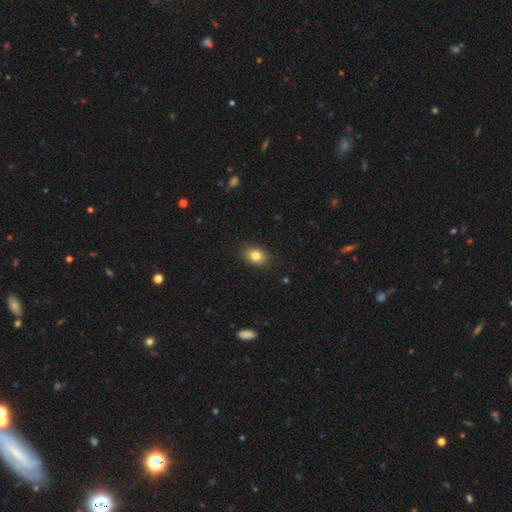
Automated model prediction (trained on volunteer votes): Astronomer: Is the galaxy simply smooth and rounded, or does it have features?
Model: smooth — 82%.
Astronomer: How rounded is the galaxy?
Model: in between — 68%.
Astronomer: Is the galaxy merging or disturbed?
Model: none — 88%.